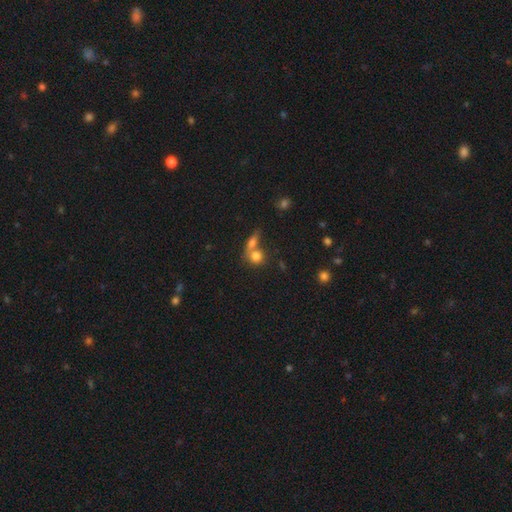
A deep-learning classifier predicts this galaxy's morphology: A smooth galaxy with no disk features (78%) that is round (71%).

Vote fractions:
- Smooth or featured? smooth: 78% / featured or disk: 11% / star or artifact: 10%
- How rounded? round: 71% / in between: 26% / cigar-shaped: 3%
- Merging? merger: 52% / none: 36% / minor disturbance: 8% / major disturbance: 4%